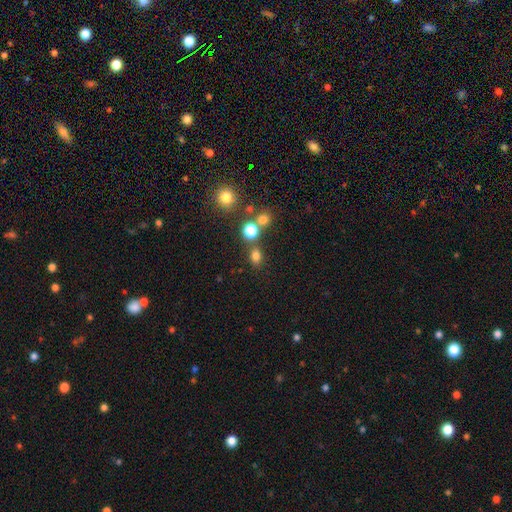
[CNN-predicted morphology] Smooth or featured? smooth (75%)
How rounded? round (55%)
Merging? none (70%)